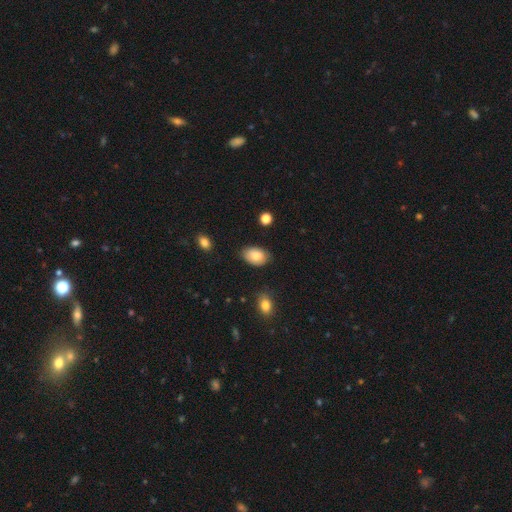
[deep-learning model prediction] Smooth or featured?
  - smooth: 83% *
  - featured or disk: 10%
  - star or artifact: 7%
How rounded?
  - in between: 90% *
  - round: 9%
  - cigar-shaped: 1%
Merging?
  - none: 80% *
  - minor disturbance: 15%
  - major disturbance: 3%
  - merger: 2%